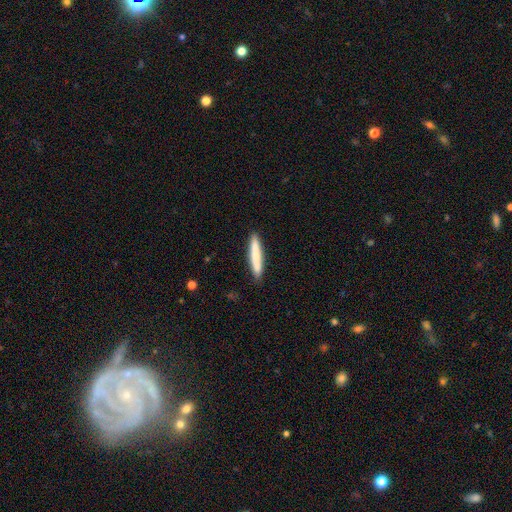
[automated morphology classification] A smooth galaxy with no disk features (72%) that is cigar-shaped (93%). Merging: none (89%).